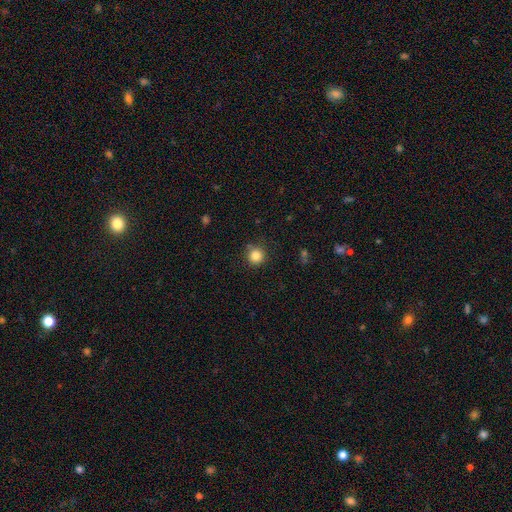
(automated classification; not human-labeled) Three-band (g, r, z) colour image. It shows a smooth galaxy with no disk features (83%) that is round (95%). Merging: none (86%).